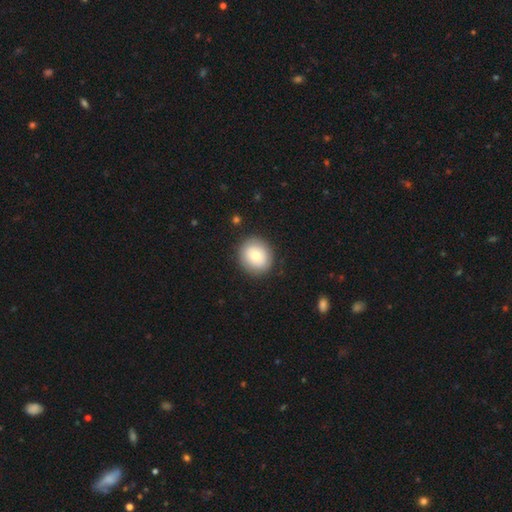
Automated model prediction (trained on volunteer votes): This appears to be a smooth galaxy with no disk features (74%) that is round (82%). Merging: none (87%).